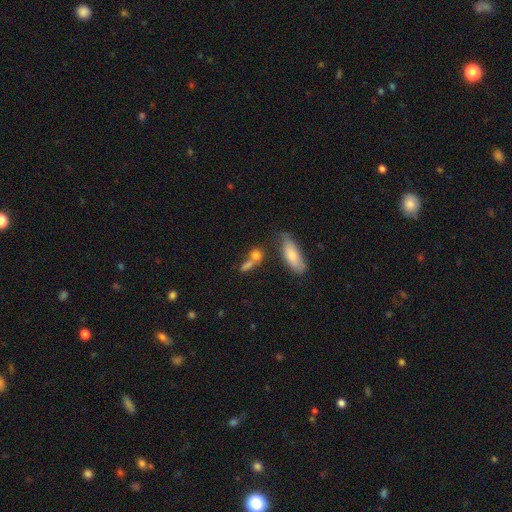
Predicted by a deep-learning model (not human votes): Smooth or featured? Predicted: smooth (p=0.74). How rounded? Predicted: in between (p=0.47). Merging? Predicted: merger (p=0.41).